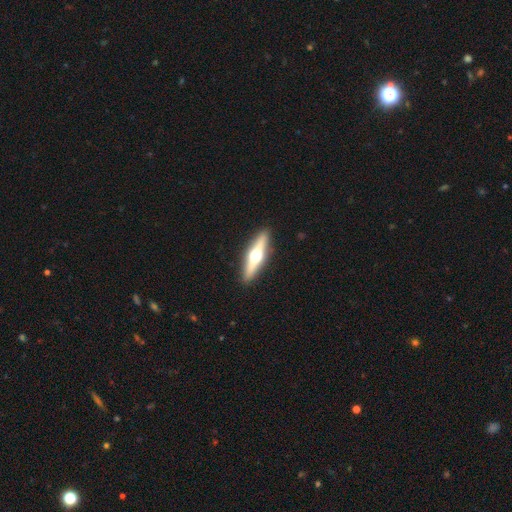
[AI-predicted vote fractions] A featured or disk galaxy (65%) viewed edge-on (96%) with a rounded central bulge (96%). Merging: none (91%).